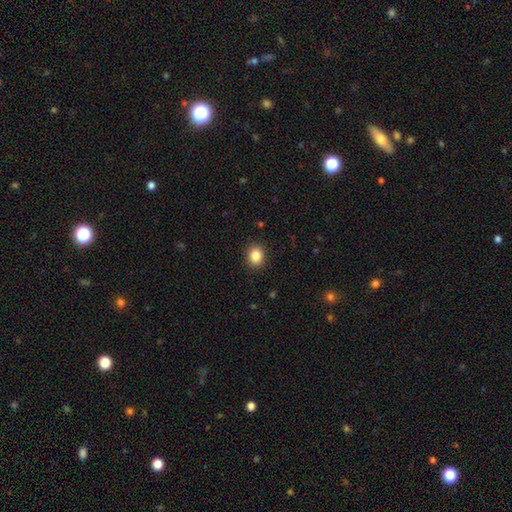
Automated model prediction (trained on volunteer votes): smooth 86%, star or artifact 10%, featured or disk 4%. Down the decision tree: how rounded — round (67%); merging — none (90%).